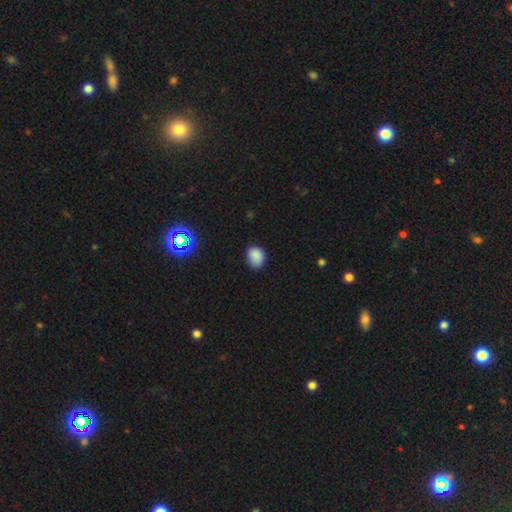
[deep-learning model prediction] Smooth or featured: smooth — 85% (star or artifact — 11%)
How rounded: round — 53% (in between — 46%)
Merging: none — 77% (minor disturbance — 19%)